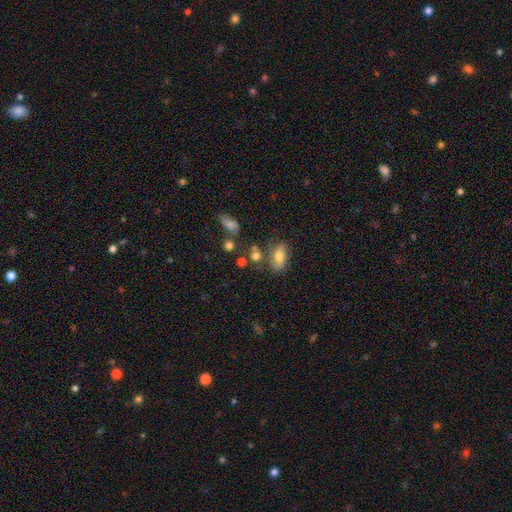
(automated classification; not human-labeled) Smooth or featured? Predicted: smooth (p=0.70). How rounded? Predicted: in between (p=0.57). Merging? Predicted: none (p=0.55).